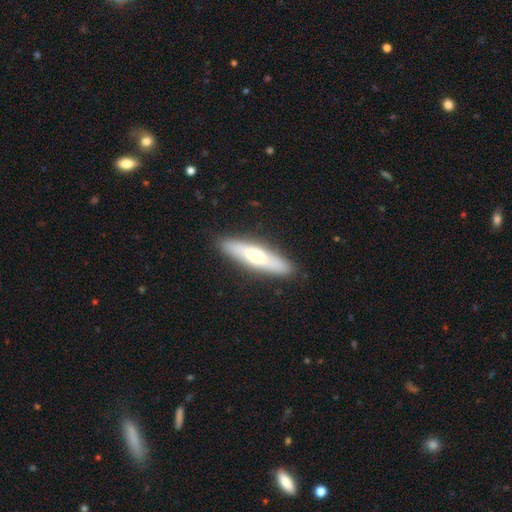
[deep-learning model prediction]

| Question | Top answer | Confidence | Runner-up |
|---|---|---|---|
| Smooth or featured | smooth | 52% | featured or disk (42%) |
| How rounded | cigar-shaped | 75% | in between (23%) |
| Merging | none | 89% | minor disturbance (8%) |